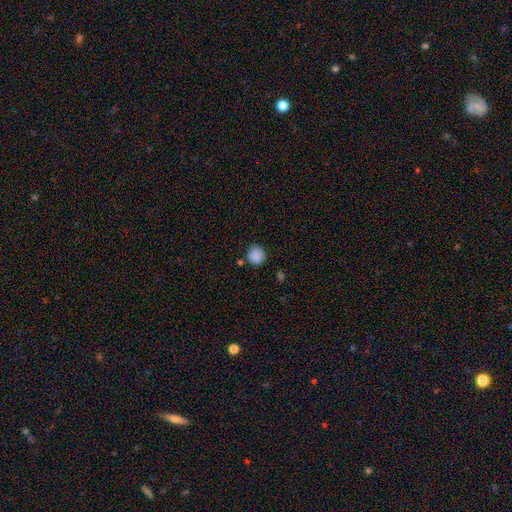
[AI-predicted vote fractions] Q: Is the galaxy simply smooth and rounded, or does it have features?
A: smooth — 87%.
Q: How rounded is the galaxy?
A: round — 91%.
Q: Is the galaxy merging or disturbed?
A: none — 81%.